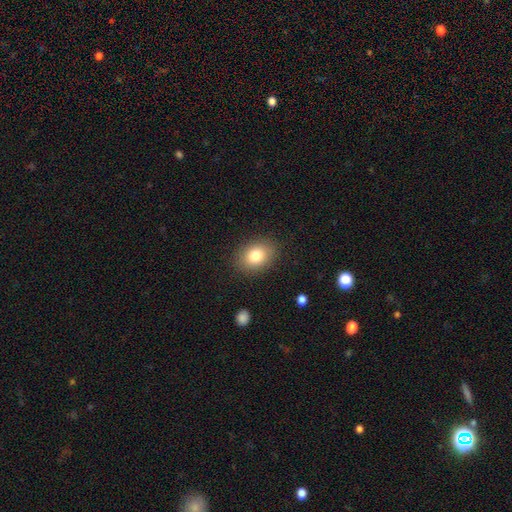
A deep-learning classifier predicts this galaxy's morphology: The model was most divided on "how rounded": in between: 69%, round: 30%, cigar-shaped: 1%. More confident: merging — none (86%); smooth or featured — smooth (81%).